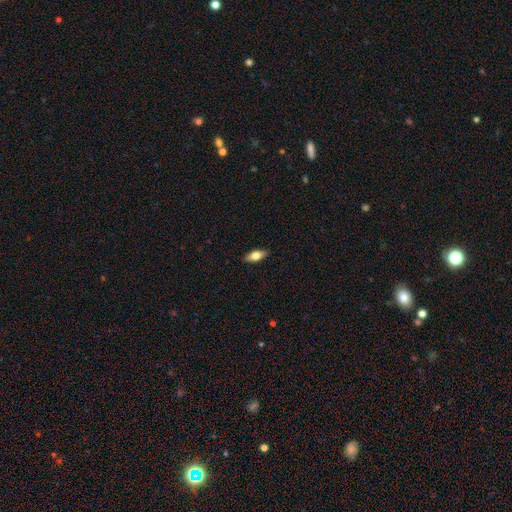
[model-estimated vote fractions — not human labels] smooth 67%, featured or disk 27%, star or artifact 7%. Down the decision tree: how rounded — in between (77%); merging — none (89%).